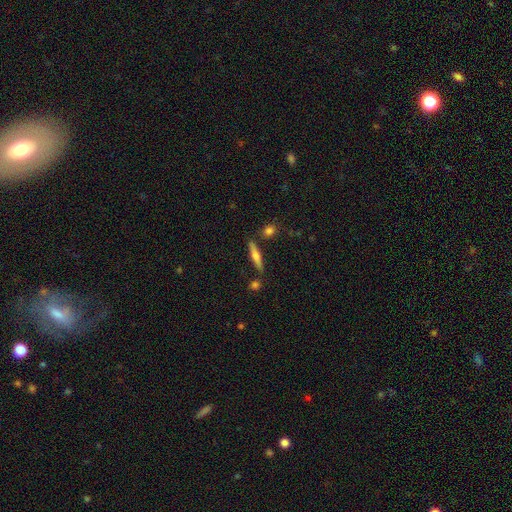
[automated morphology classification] featured or disk 49%, smooth 44%, star or artifact 7%. Down the decision tree: merging — none (83%).